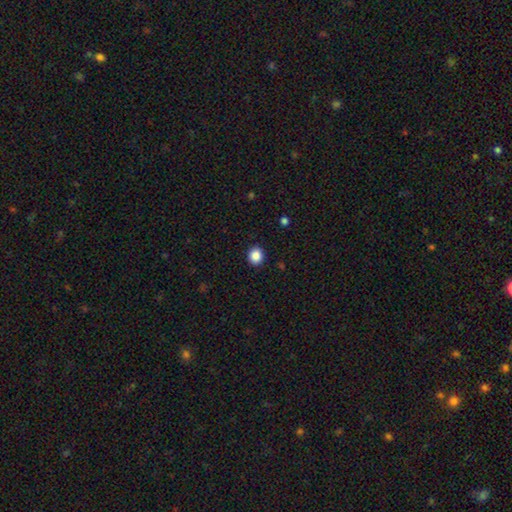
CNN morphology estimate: Q: Smooth or featured?
A: smooth (87%); runner-up: star or artifact (10%)
Q: How rounded?
A: round (80%); runner-up: in between (19%)
Q: Merging?
A: none (91%); runner-up: minor disturbance (6%)